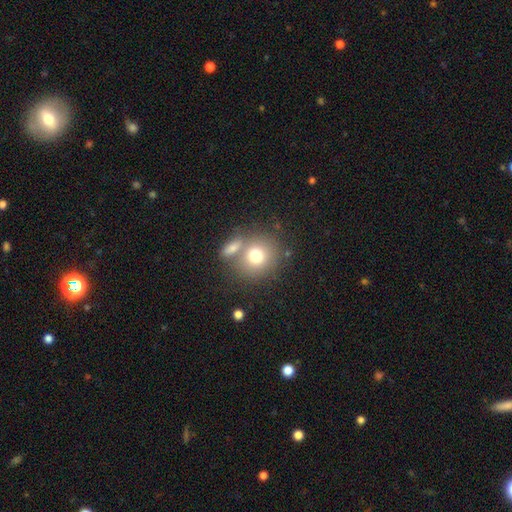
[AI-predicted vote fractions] Smooth or featured?
  - smooth: 74% *
  - featured or disk: 15%
  - star or artifact: 10%
How rounded?
  - round: 82% *
  - in between: 17%
  - cigar-shaped: 1%
Merging?
  - none: 58% *
  - merger: 28%
  - minor disturbance: 10%
  - major disturbance: 4%